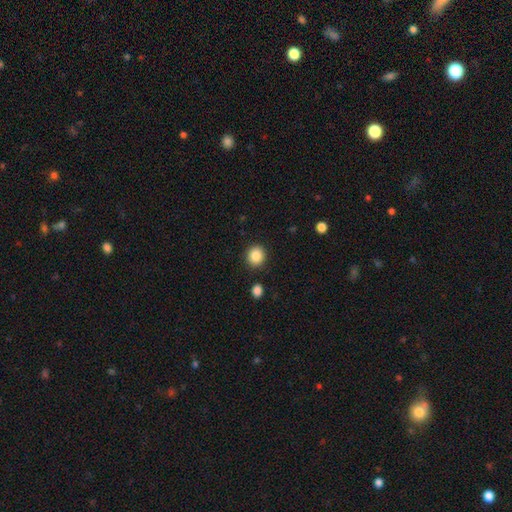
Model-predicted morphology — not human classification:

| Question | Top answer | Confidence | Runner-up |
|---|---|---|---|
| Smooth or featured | smooth | 88% | star or artifact (9%) |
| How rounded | round | 89% | in between (10%) |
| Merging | none | 89% | minor disturbance (6%) |